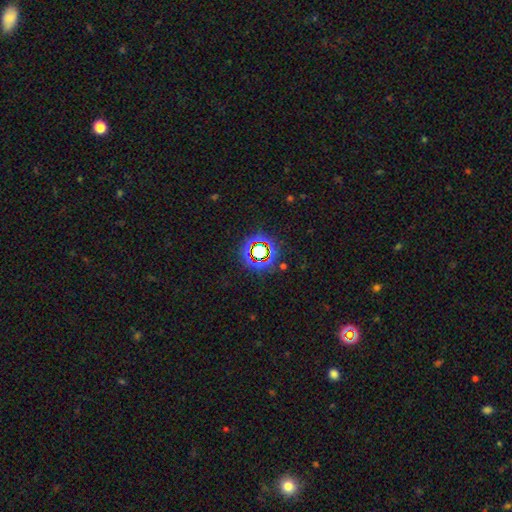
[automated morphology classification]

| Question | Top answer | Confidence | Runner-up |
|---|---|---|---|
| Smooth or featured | star or artifact | 71% | smooth (19%) |